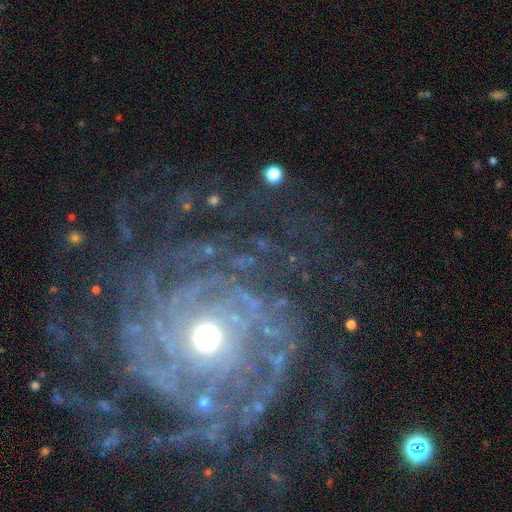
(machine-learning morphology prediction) Smooth or featured? Predicted: featured or disk (p=0.89). Edge-on disk? Predicted: no (p=0.97). Bar? Predicted: no (p=0.75). Spiral arms? Predicted: yes (p=0.96). Spiral winding? Predicted: tight (p=0.76). Spiral arm count? Predicted: can't tell (p=0.26). Bulge size? Predicted: moderate (p=0.64). Merging? Predicted: none (p=0.72).